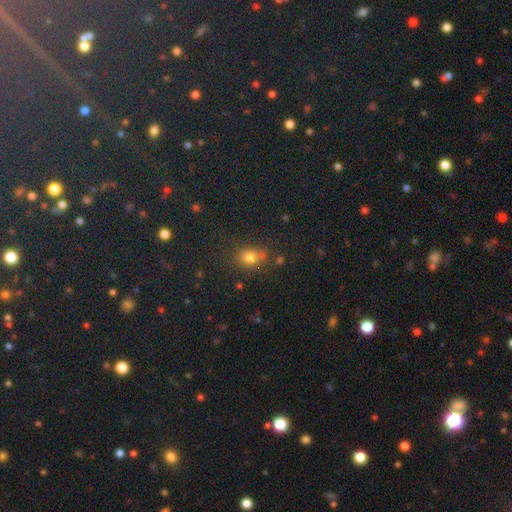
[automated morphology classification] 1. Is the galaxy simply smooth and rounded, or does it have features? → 70% smooth, 22% star or artifact, 8% featured or disk.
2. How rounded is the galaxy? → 56% round, 42% in between, 2% cigar-shaped.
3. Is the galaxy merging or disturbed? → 70% none, 16% minor disturbance, 9% merger, 5% major disturbance.